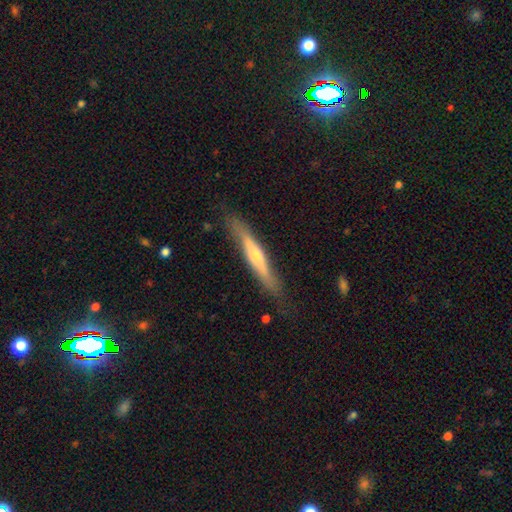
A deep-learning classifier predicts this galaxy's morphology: A featured or disk galaxy (63%) viewed edge-on (89%) with a rounded central bulge (80%).

Vote fractions:
- Smooth or featured? featured or disk: 63% / smooth: 30% / star or artifact: 7%
- Edge-on disk? yes: 89% / no: 11%
- Edge-on bulge? rounded: 80% / none: 16% / boxy: 4%
- Merging? none: 80% / minor disturbance: 15% / major disturbance: 3% / merger: 1%